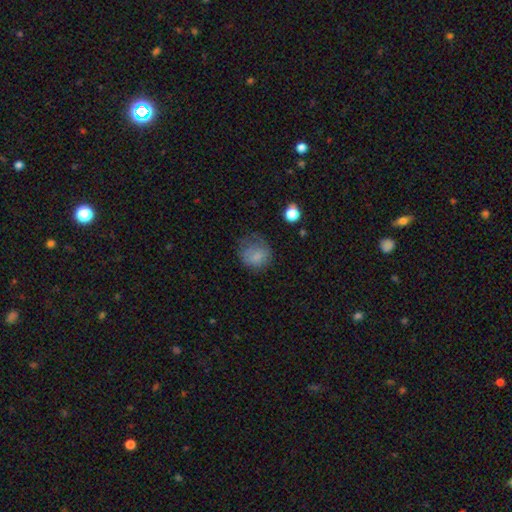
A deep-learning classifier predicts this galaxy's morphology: smooth_or_featured: smooth (p=0.75) [alt: featured or disk p=0.14]
how_rounded: round (p=0.73) [alt: in between p=0.26]
merging: none (p=0.48) [alt: minor disturbance p=0.27]